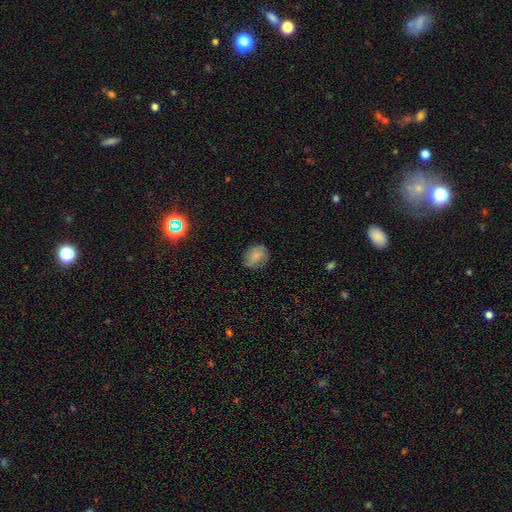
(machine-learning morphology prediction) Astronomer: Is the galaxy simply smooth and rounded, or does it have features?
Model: smooth — 74%.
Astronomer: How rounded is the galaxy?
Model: in between — 52% (runner-up: round, 47%).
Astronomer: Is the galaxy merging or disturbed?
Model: none — 76%.